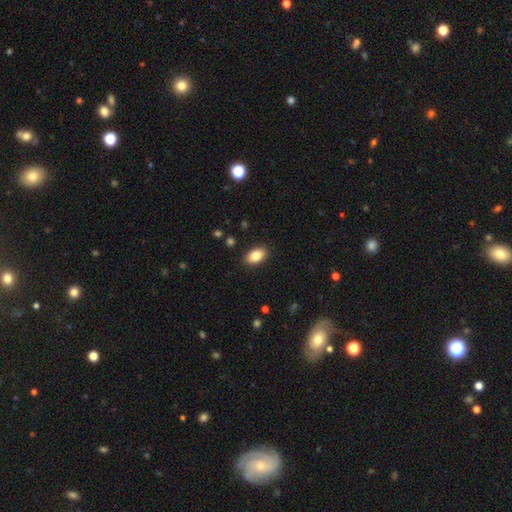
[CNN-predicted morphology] type=smooth (83%); roundness=in between (91%); merging=none (89%).